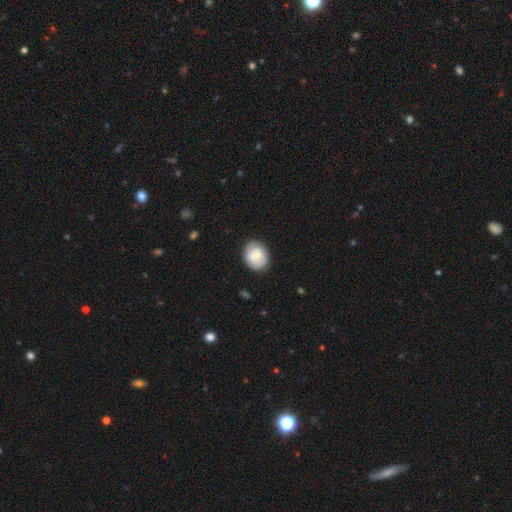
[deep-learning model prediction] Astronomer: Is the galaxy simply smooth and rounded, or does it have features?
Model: smooth — 59% (runner-up: featured or disk, 35%).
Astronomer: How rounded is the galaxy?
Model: round — 55% (runner-up: in between, 44%).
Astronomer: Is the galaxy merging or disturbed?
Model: none — 80%.